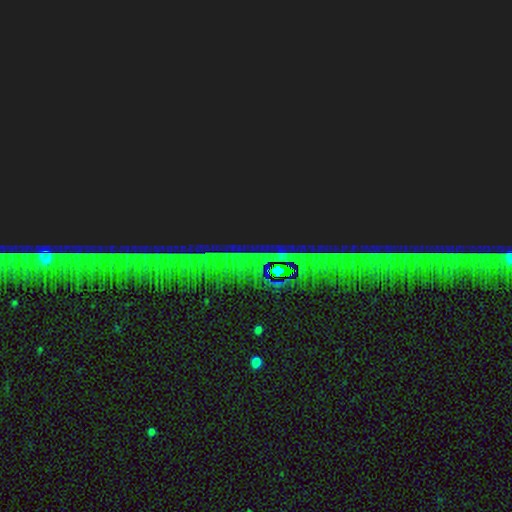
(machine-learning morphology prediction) smooth-or-featured: star or artifact: 84% | featured or disk: 8% | smooth: 8%